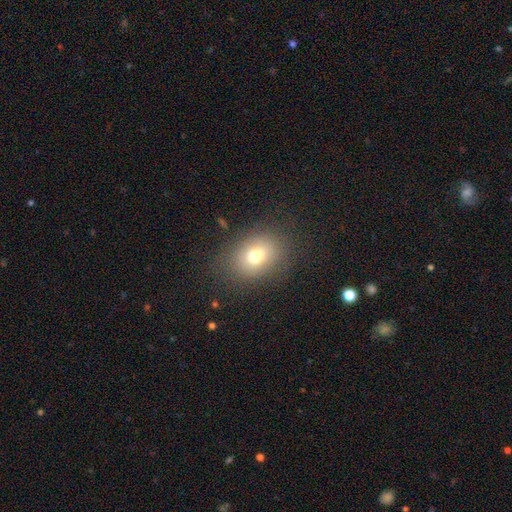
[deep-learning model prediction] This is likely a smooth galaxy (73%). How rounded: possibly in between (53%). Merging: clearly none (82%).